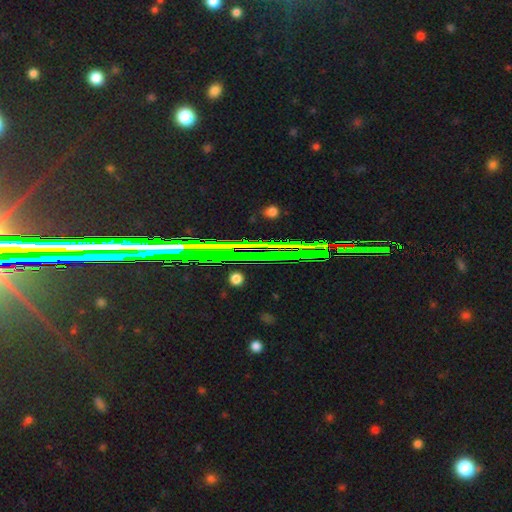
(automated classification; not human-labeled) Smooth or featured? Predicted: star or artifact (p=0.84).